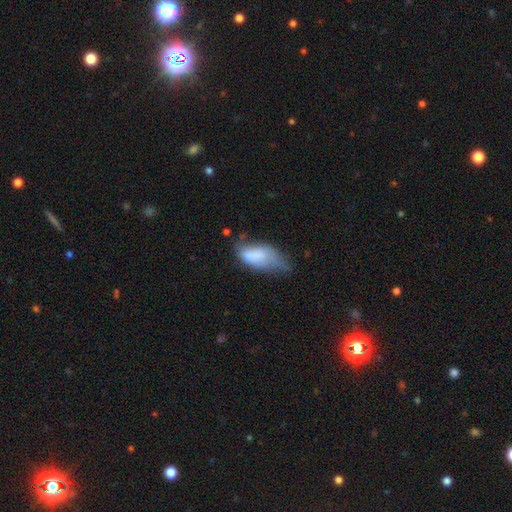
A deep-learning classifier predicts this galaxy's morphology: This appears to be a smooth galaxy with no disk features (72%) that is in between round and cigar-shaped (90%). Merging: minor disturbance (39%).